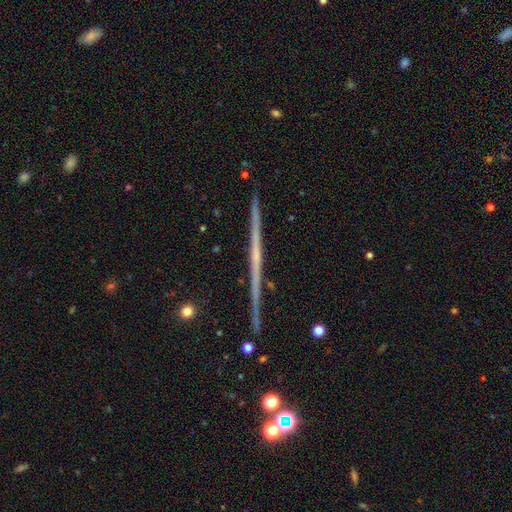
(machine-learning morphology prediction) This is likely a featured or disk galaxy (76%). It is clearly viewed edge-on (98%). Edge-on bulge: likely none (71%). Merging: clearly none (91%).